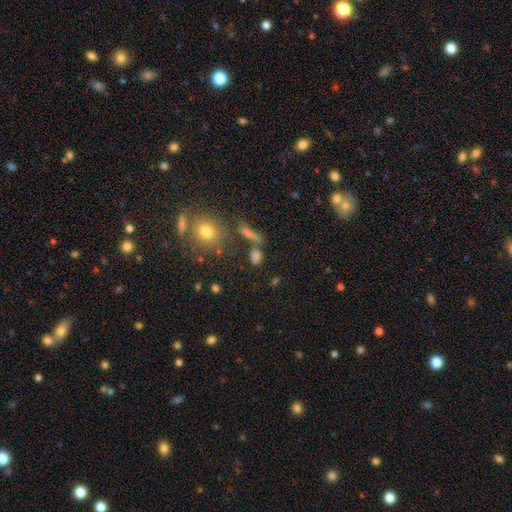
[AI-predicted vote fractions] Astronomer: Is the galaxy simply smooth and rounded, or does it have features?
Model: smooth — 62%.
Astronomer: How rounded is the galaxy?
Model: in between — 43% (runner-up: round, 35%).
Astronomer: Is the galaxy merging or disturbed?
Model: none — 60%.